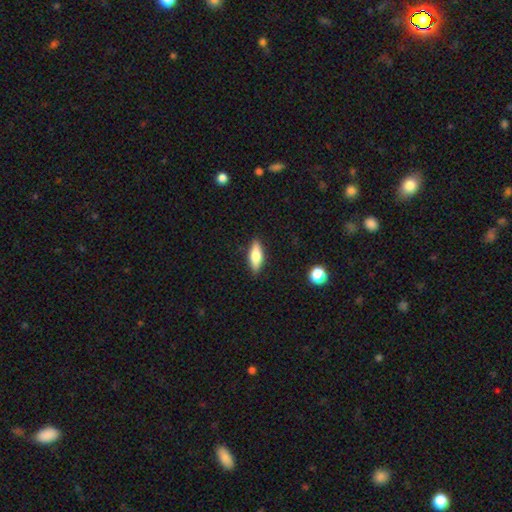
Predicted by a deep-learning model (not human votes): Smooth or featured? Predicted: smooth (p=0.67). How rounded? Predicted: in between (p=0.63). Merging? Predicted: none (p=0.88).